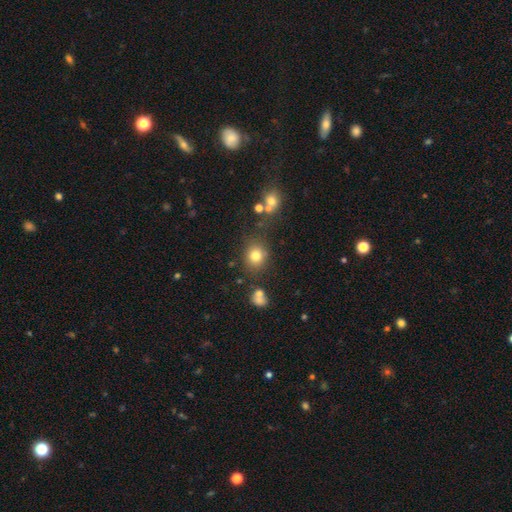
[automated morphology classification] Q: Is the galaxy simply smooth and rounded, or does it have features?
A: smooth — 77%.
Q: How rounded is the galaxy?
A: round — 76%.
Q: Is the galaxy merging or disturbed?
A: none — 77%.